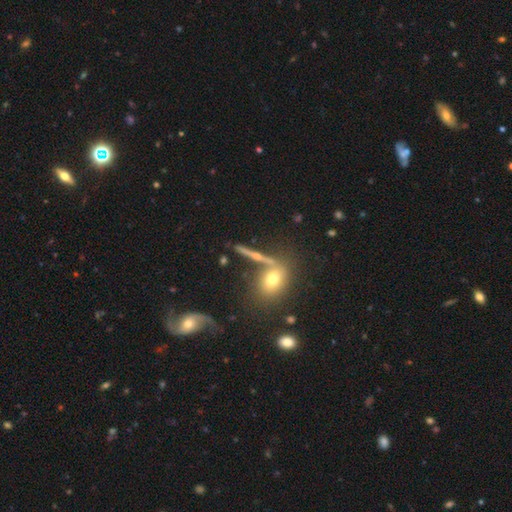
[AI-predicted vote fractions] Smooth or featured?
  - featured or disk: 50% *
  - smooth: 37%
  - star or artifact: 13%
Edge-on disk?
  - yes: 84% *
  - no: 16%
Merging?
  - none: 71% *
  - merger: 14%
  - minor disturbance: 11%
  - major disturbance: 4%